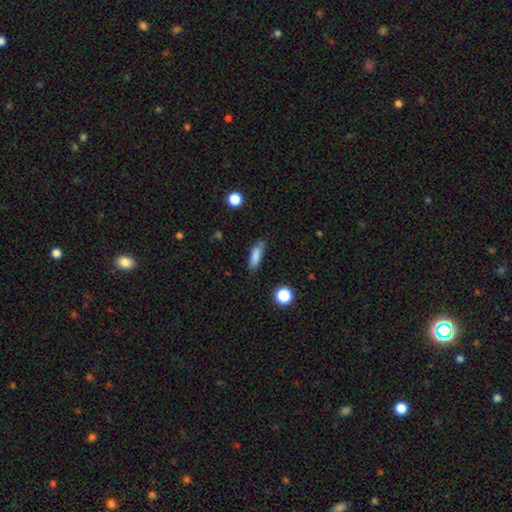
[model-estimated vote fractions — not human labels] Smooth or featured: smooth — 82% (featured or disk — 9%)
How rounded: cigar-shaped — 49% (in between — 48%)
Merging: none — 73% (minor disturbance — 19%)